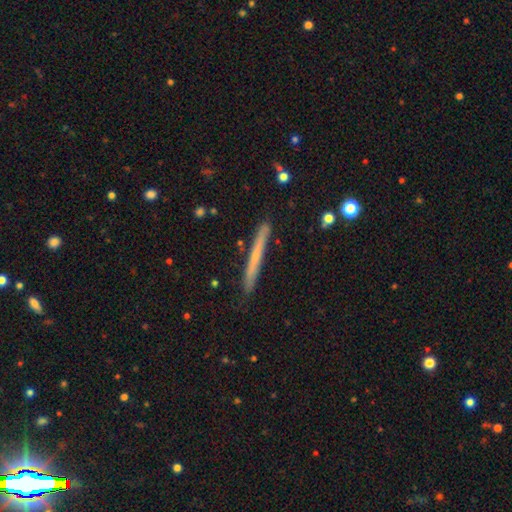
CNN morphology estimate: smooth-or-featured: smooth: 48% | featured or disk: 45% | star or artifact: 6%
  merging: none: 89% | minor disturbance: 8% | merger: 2% | major disturbance: 1%